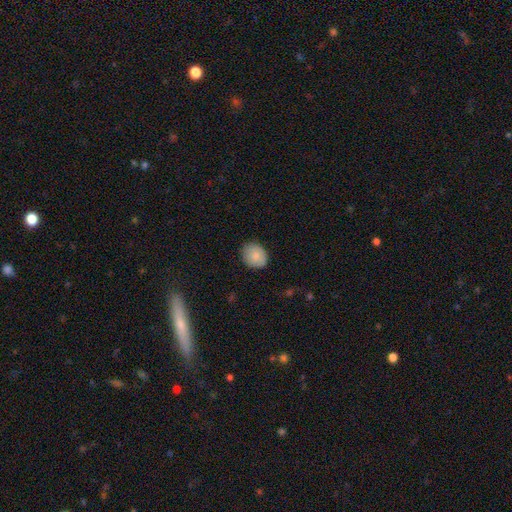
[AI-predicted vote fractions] Smooth or featured?
  - smooth: 84% *
  - featured or disk: 9%
  - star or artifact: 7%
How rounded?
  - round: 53% *
  - in between: 46%
  - cigar-shaped: 1%
Merging?
  - none: 83% *
  - minor disturbance: 13%
  - major disturbance: 3%
  - merger: 1%